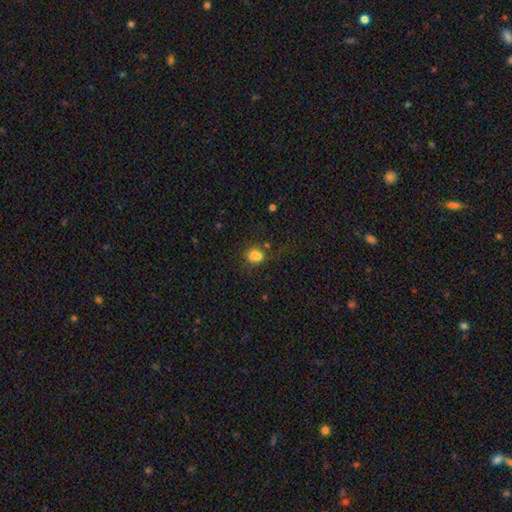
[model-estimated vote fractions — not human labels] A smooth galaxy with no disk features (79%) that is round (51%). Merging: none (53%).